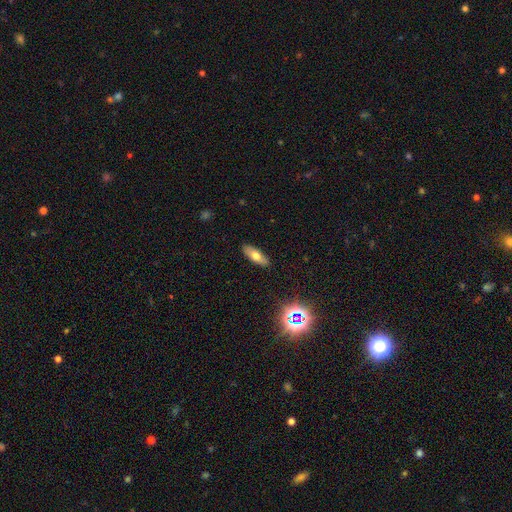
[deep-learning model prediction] Morphology: type=smooth (66%); roundness=in between (68%); merging=none (88%).